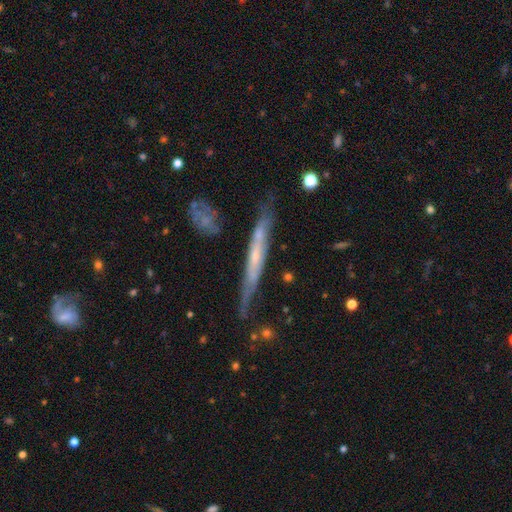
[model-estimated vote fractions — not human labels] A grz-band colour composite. It shows a featured or disk galaxy (67%) viewed edge-on (83%) with no central bulge (60%). Merging: none (67%).